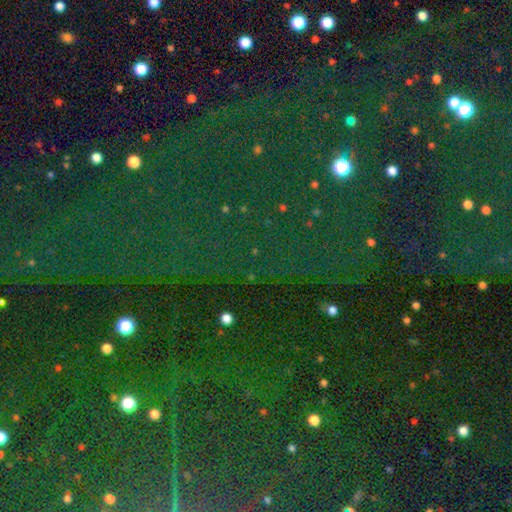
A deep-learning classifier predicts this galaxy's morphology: star or artifact 84%, smooth 9%, featured or disk 7%.